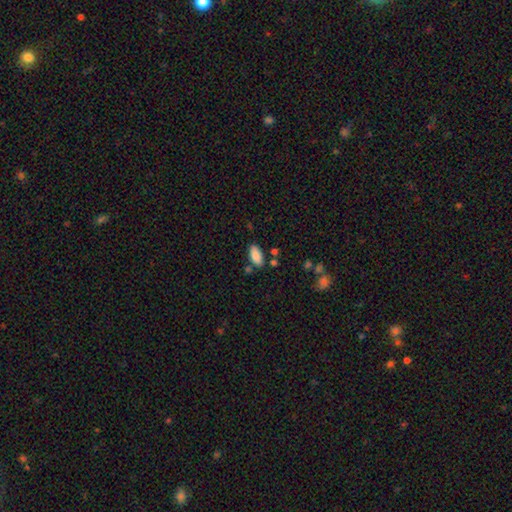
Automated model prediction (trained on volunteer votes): This is clearly a smooth galaxy (87%). How rounded: clearly in between (92%). Merging: likely none (75%).